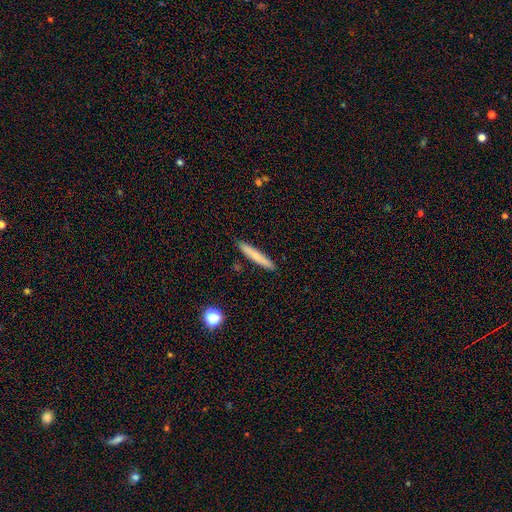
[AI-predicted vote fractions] This appears to be a smooth galaxy with no disk features (74%) that is cigar-shaped (94%). Merging: none (90%).